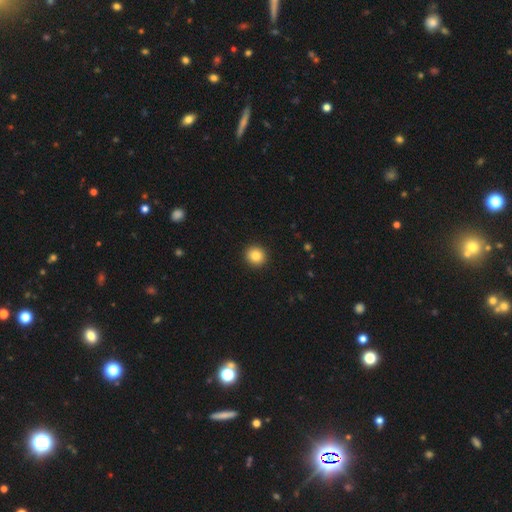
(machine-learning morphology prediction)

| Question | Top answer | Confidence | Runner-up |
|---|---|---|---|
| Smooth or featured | smooth | 83% | star or artifact (10%) |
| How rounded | round | 90% | in between (9%) |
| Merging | none | 93% | minor disturbance (4%) |